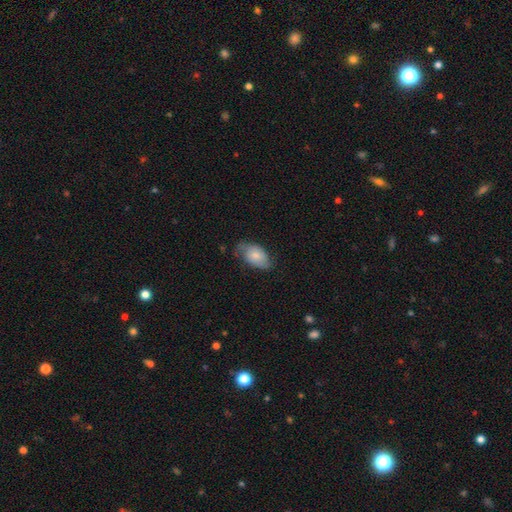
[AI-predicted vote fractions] Smooth or featured?
  - smooth: 61% *
  - featured or disk: 33%
  - star or artifact: 7%
How rounded?
  - in between: 91% *
  - round: 7%
  - cigar-shaped: 2%
Merging?
  - none: 57% *
  - minor disturbance: 31%
  - major disturbance: 11%
  - merger: 1%